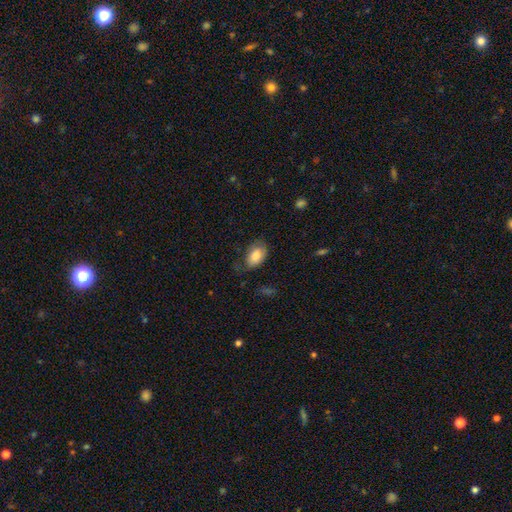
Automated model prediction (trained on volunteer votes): Smooth or featured?
  - smooth: 83% *
  - featured or disk: 10%
  - star or artifact: 7%
How rounded?
  - in between: 91% *
  - round: 8%
  - cigar-shaped: 1%
Merging?
  - none: 59% *
  - minor disturbance: 28%
  - major disturbance: 11%
  - merger: 2%